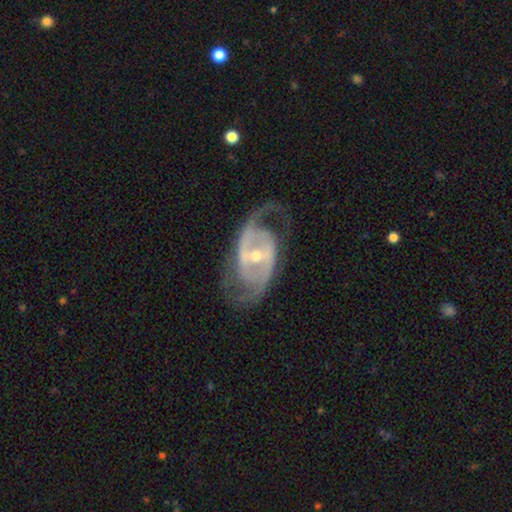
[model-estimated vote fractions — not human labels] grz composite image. It shows a featured or disk galaxy (90%) with a strong bar (43%), 2 (86%) medium (54%) spiral arms (94%) and a small central bulge (51%). Merging: none (70%).